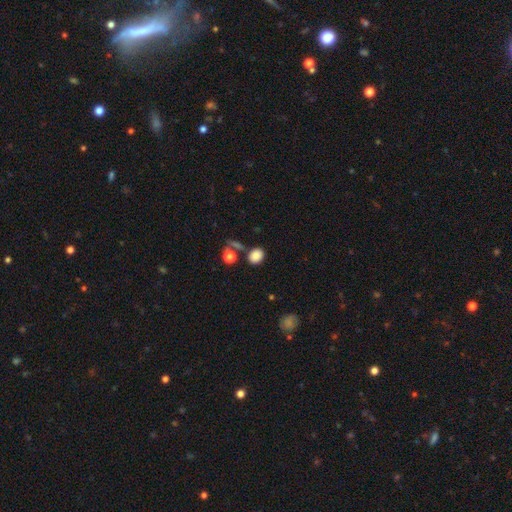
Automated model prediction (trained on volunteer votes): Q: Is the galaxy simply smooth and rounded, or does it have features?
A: smooth — 83%.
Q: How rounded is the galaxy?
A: in between — 57%.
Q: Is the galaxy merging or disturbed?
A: none — 70%.